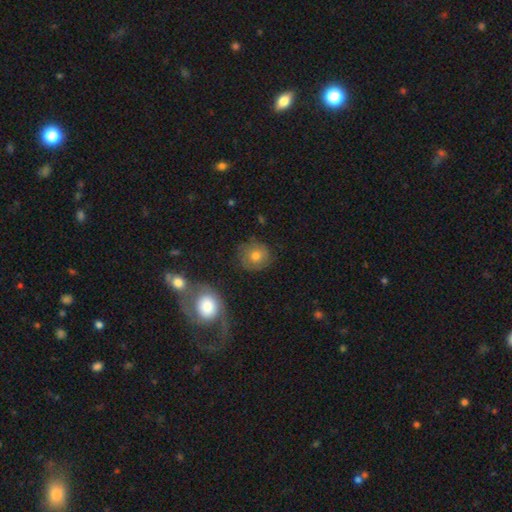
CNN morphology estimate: A smooth galaxy with no disk features (70%) that is round (87%).

Vote fractions:
- Smooth or featured? smooth: 70% / featured or disk: 20% / star or artifact: 10%
- How rounded? round: 87% / in between: 11% / cigar-shaped: 1%
- Merging? none: 78% / minor disturbance: 15% / major disturbance: 5% / merger: 3%